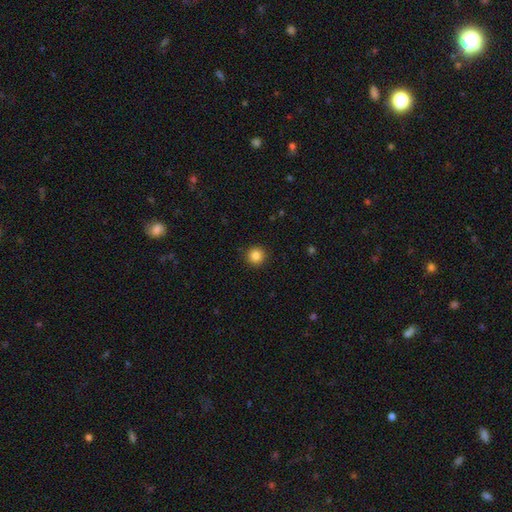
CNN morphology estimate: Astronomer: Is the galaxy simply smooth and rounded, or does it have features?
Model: smooth — 85%.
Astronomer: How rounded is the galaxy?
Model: round — 95%.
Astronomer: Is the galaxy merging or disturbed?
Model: none — 92%.